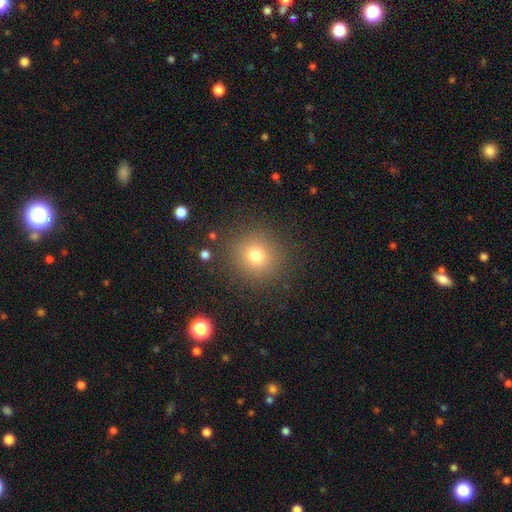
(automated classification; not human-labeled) Smooth or featured? smooth (75%)
How rounded? round (91%)
Merging? none (88%)